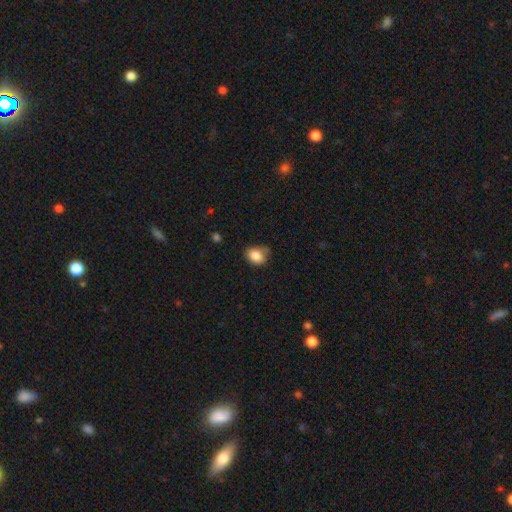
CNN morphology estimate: Smooth or featured? smooth (85%)
How rounded? in between (58%)
Merging? none (58%)